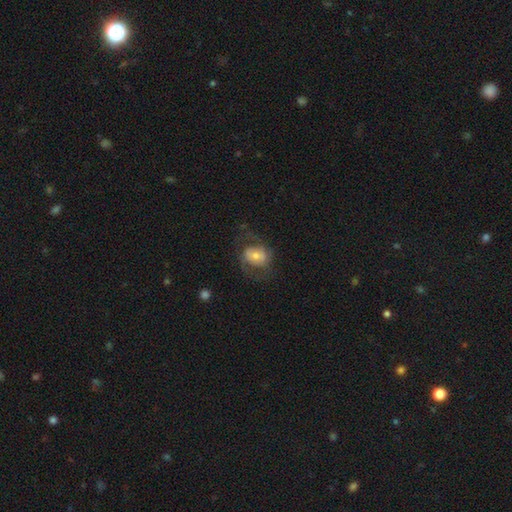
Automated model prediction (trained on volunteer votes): A featured or disk galaxy (54%) with no bar (52%), spiral arms (71%) and a moderate central bulge (47%).

Vote fractions:
- Smooth or featured? featured or disk: 54% / smooth: 38% / star or artifact: 9%
- Edge-on disk? no: 96% / yes: 4%
- Bar? no: 52% / weak: 32% / strong: 15%
- Spiral arms? yes: 71% / no: 29%
- Bulge size? moderate: 47% / small: 37% / large: 10% / dominant: 3% / none: 3%
- Merging? none: 58% / major disturbance: 23% / minor disturbance: 18% / merger: 1%